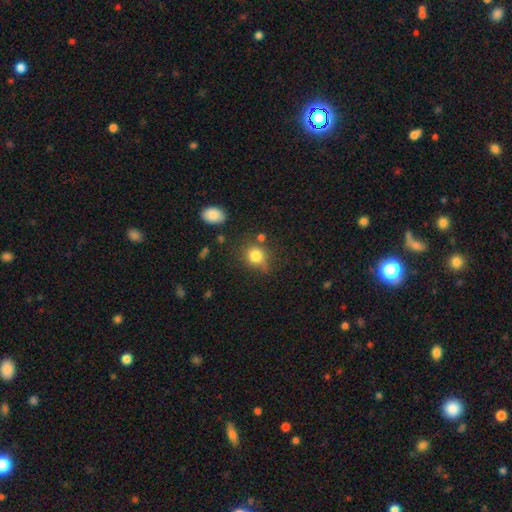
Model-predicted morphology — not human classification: This is clearly a smooth galaxy (81%). How rounded: likely round (73%). Merging: likely none (63%).